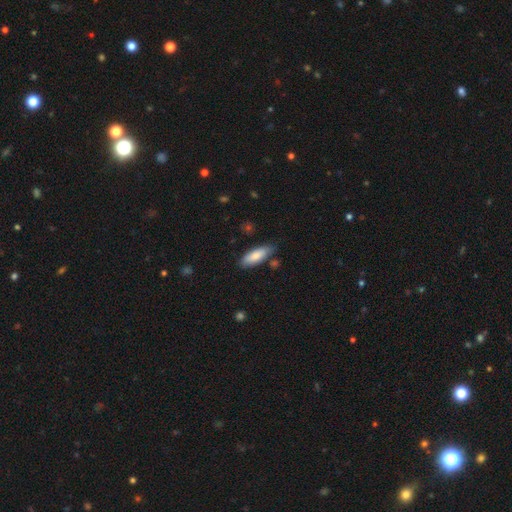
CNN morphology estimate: smooth-or-featured: smooth: 82% | featured or disk: 13% | star or artifact: 6%
  how-rounded: in between: 64% | cigar-shaped: 35% | round: 2%
  merging: none: 76% | minor disturbance: 18% | merger: 4% | major disturbance: 3%